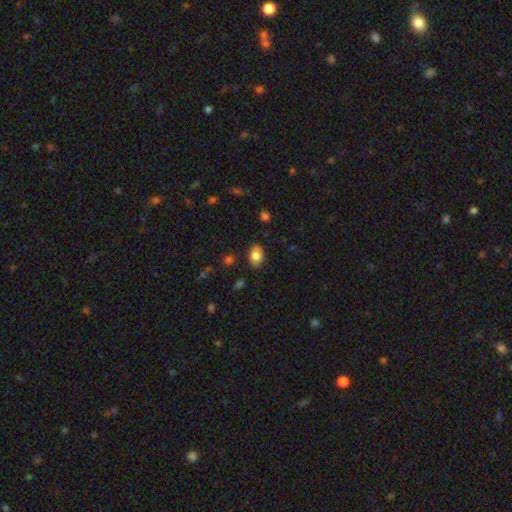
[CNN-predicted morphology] smooth-or-featured: smooth: 80% | featured or disk: 11% | star or artifact: 9%
  how-rounded: in between: 78% | round: 21% | cigar-shaped: 1%
  merging: none: 78% | minor disturbance: 16% | major disturbance: 3% | merger: 3%